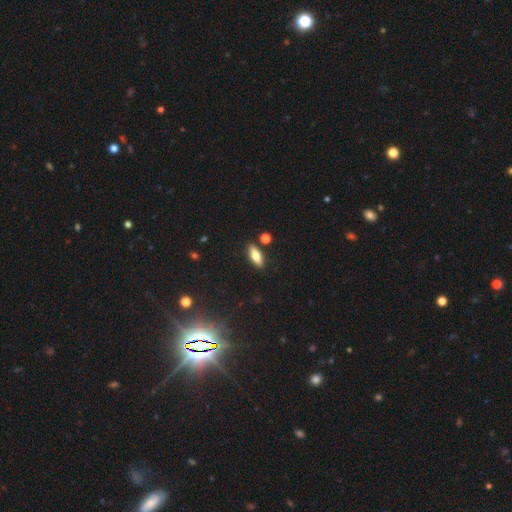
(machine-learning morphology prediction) Smooth or featured? smooth (70%)
How rounded? in between (67%)
Merging? none (85%)